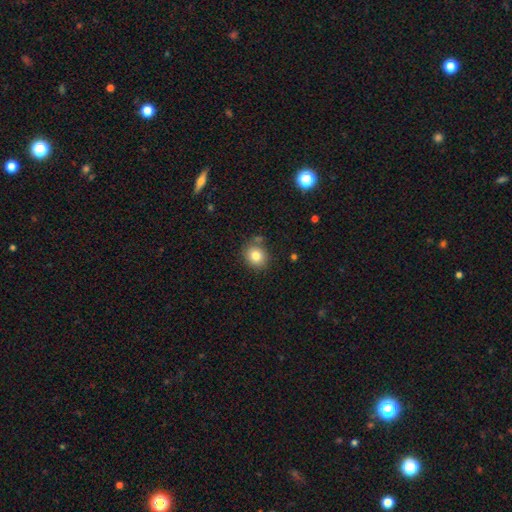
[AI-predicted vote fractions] This appears to be a smooth galaxy with no disk features (82%) that is round (76%). Merging: none (78%).